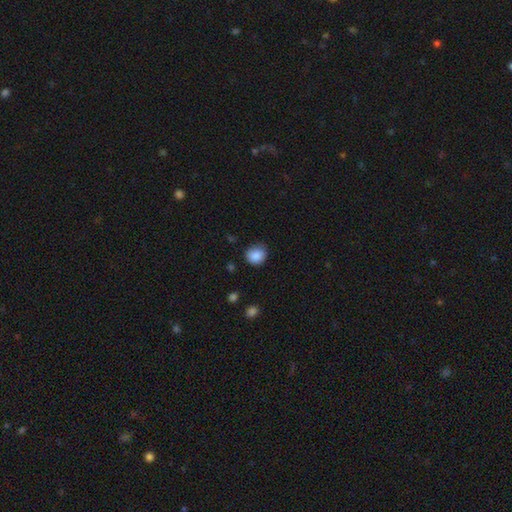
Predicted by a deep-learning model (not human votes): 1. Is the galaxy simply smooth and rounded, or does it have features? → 87% smooth, 9% star or artifact, 4% featured or disk.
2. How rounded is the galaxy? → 79% round, 21% in between, 1% cigar-shaped.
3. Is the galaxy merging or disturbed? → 77% none, 18% minor disturbance, 3% major disturbance, 1% merger.